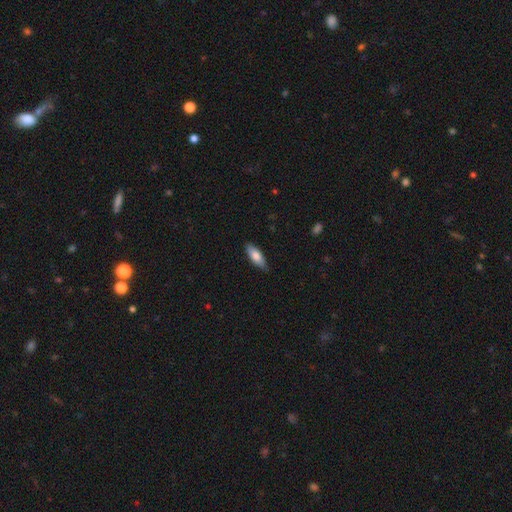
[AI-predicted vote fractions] smooth-or-featured: smooth: 78% | featured or disk: 16% | star or artifact: 6%
  how-rounded: in between: 66% | cigar-shaped: 32% | round: 2%
  merging: none: 82% | minor disturbance: 15% | major disturbance: 2% | merger: 1%